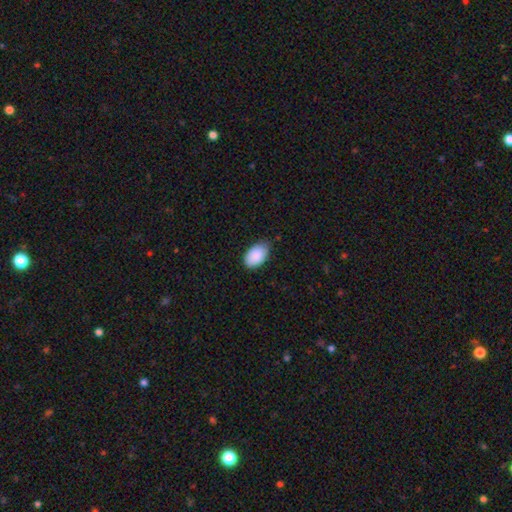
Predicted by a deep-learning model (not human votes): Q: Smooth or featured?
A: smooth (90%); runner-up: star or artifact (6%)
Q: How rounded?
A: in between (93%); runner-up: round (5%)
Q: Merging?
A: none (71%); runner-up: minor disturbance (25%)